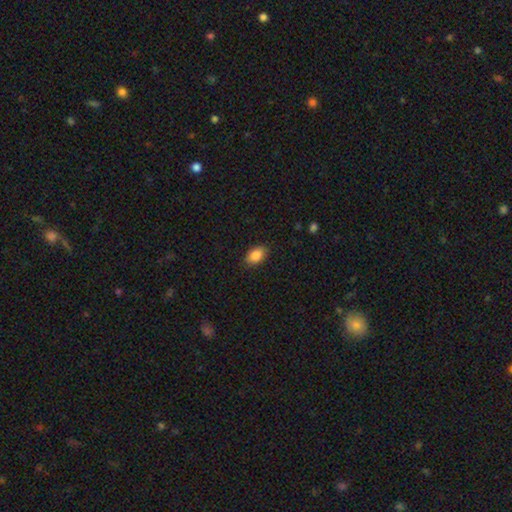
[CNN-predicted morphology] smooth-or-featured: smooth: 85% | star or artifact: 8% | featured or disk: 7%
  how-rounded: in between: 88% | round: 10% | cigar-shaped: 2%
  merging: none: 88% | minor disturbance: 9% | major disturbance: 2% | merger: 1%